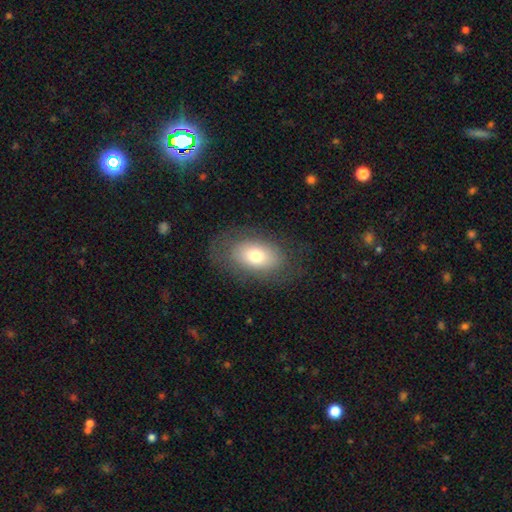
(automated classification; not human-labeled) Morphology: type=smooth (69%); roundness=in between (87%); merging=none (73%).